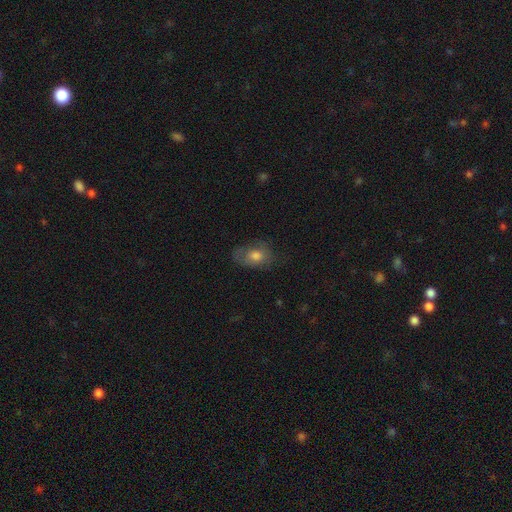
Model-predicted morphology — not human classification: This appears to be a smooth galaxy with no disk features (65%) that is in between round and cigar-shaped (75%). Merging: none (56%).